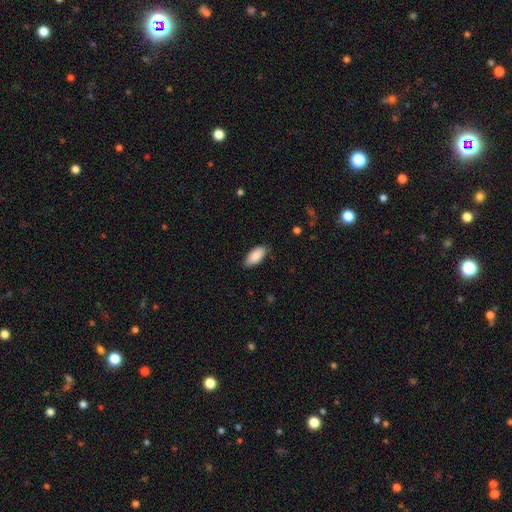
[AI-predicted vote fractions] The model was most divided on "merging": none: 84%, minor disturbance: 13%, major disturbance: 2%, merger: 1%. More confident: smooth or featured — smooth (90%); how rounded — in between (90%).